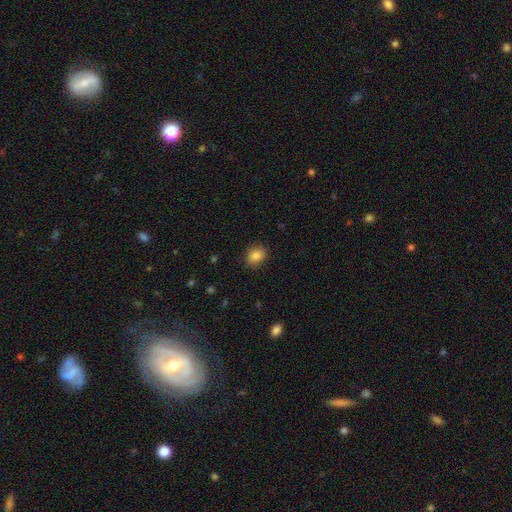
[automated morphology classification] Smooth or featured: smooth — 85% (star or artifact — 10%)
How rounded: in between — 51% (round — 48%)
Merging: none — 87% (minor disturbance — 9%)